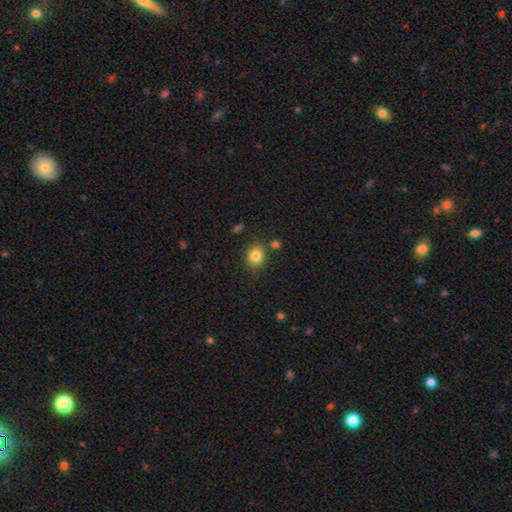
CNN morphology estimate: Overall: smooth (84%). How rounded: round (79%). Merging: none (79%).